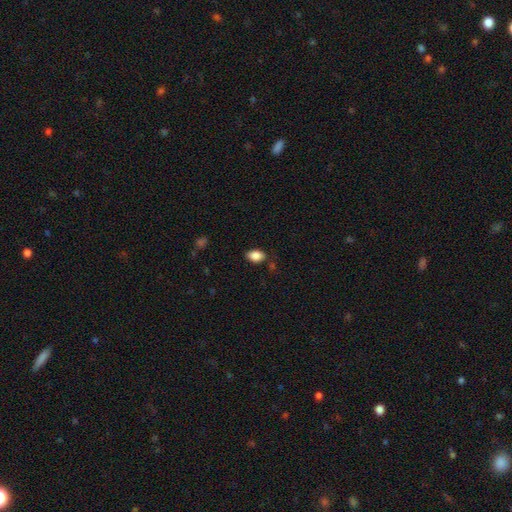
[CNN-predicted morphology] A smooth galaxy with no disk features (87%) that is in between round and cigar-shaped (85%).

Vote fractions:
- Smooth or featured? smooth: 87% / star or artifact: 8% / featured or disk: 5%
- How rounded? in between: 85% / round: 13% / cigar-shaped: 1%
- Merging? none: 80% / minor disturbance: 14% / major disturbance: 3% / merger: 2%